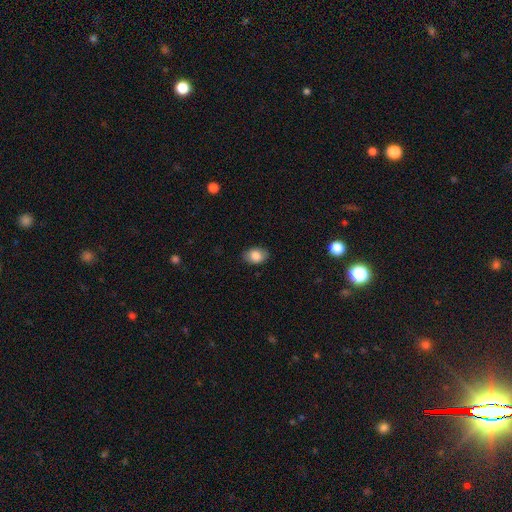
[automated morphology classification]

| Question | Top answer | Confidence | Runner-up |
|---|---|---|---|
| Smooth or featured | smooth | 84% | featured or disk (8%) |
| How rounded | in between | 80% | round (19%) |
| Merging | none | 84% | minor disturbance (12%) |